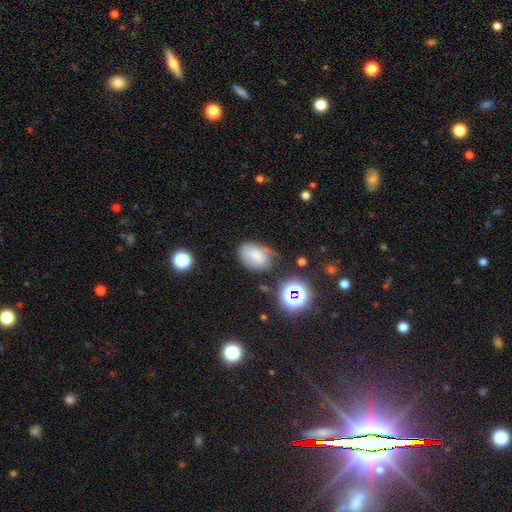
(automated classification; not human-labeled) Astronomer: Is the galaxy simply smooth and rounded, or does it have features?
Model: smooth — 60%.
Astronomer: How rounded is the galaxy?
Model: in between — 82%.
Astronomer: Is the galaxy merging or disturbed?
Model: none — 48% (runner-up: minor disturbance, 32%).